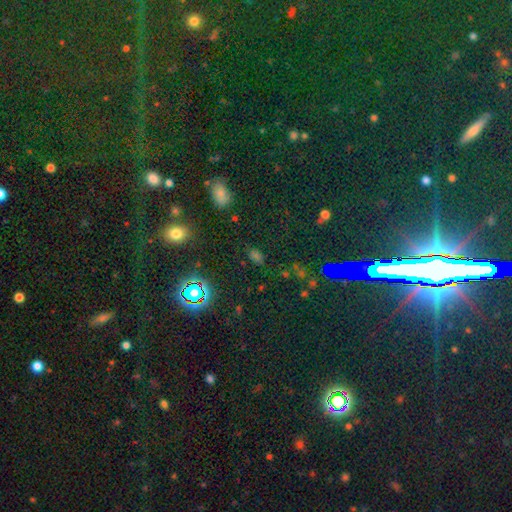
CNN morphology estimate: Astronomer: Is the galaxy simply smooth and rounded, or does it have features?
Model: star or artifact — 49% (runner-up: smooth, 42%).